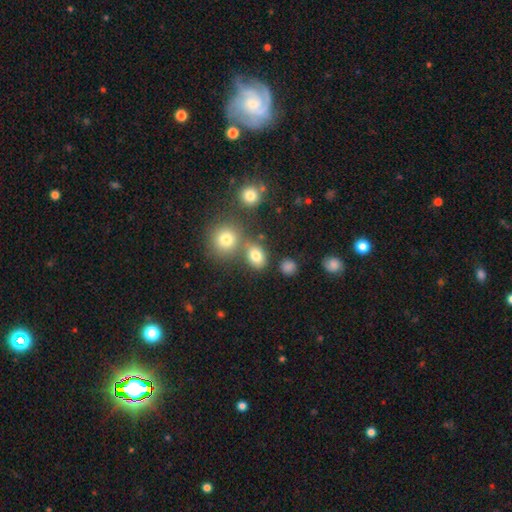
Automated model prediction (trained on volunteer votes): Smooth or featured? smooth (78%)
How rounded? in between (54%)
Merging? none (64%)